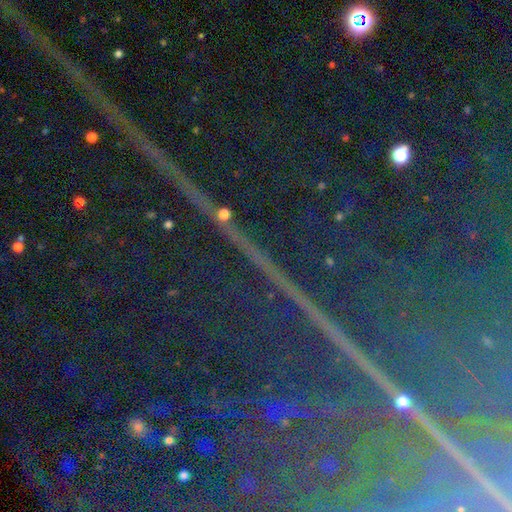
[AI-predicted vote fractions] A star or artifact, not a galaxy (87%).